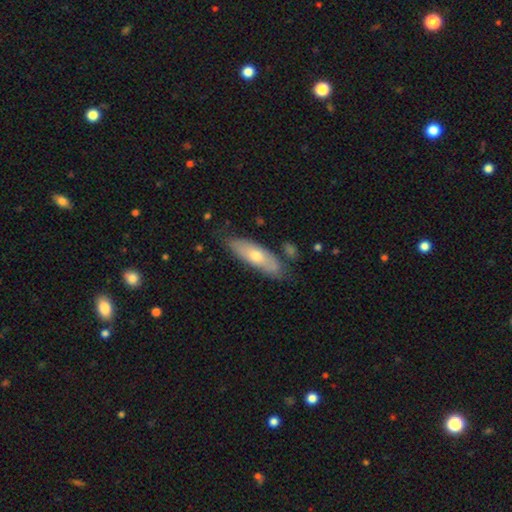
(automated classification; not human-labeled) Smooth or featured? smooth (61%)
How rounded? in between (57%)
Merging? none (72%)